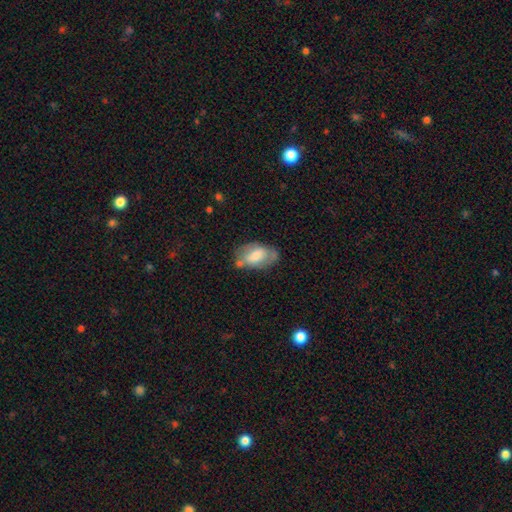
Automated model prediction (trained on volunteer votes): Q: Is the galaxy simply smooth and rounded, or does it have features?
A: smooth — 62%.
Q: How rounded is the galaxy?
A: in between — 91%.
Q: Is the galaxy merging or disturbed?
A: none — 54%.